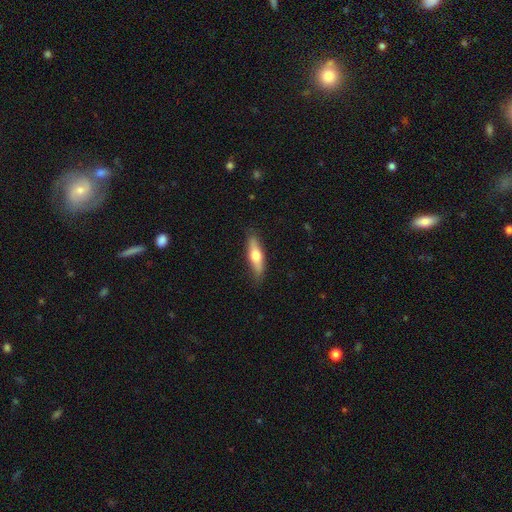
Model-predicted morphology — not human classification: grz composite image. It shows a smooth galaxy with no disk features (57%) that is cigar-shaped (62%). Merging: none (83%).